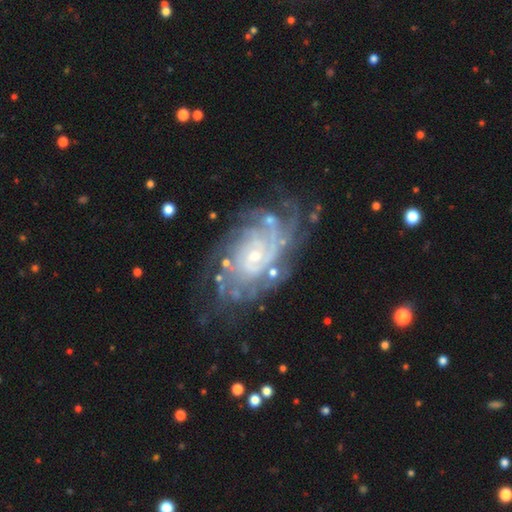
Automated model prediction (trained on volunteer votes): Morphology: type=featured or disk (88%); edge-on=no (96%); bar=no (69%); spiral arms=yes (96%); winding=tight (74%); arm count=can't tell (36%); bulge=small (70%); merging=none (69%).